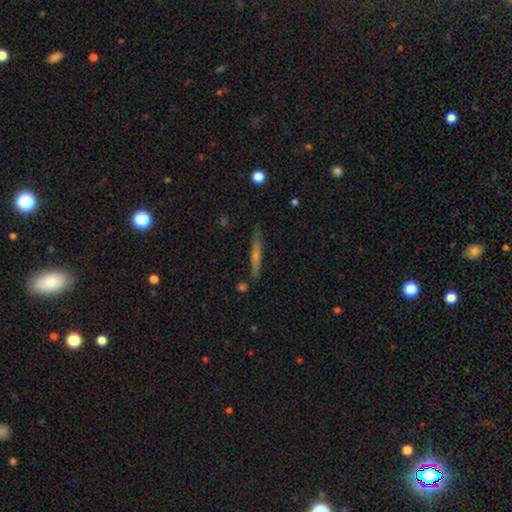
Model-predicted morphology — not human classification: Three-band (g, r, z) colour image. It shows a featured or disk galaxy (52%) viewed edge-on (96%) with no central bulge (51%). Merging: none (87%).